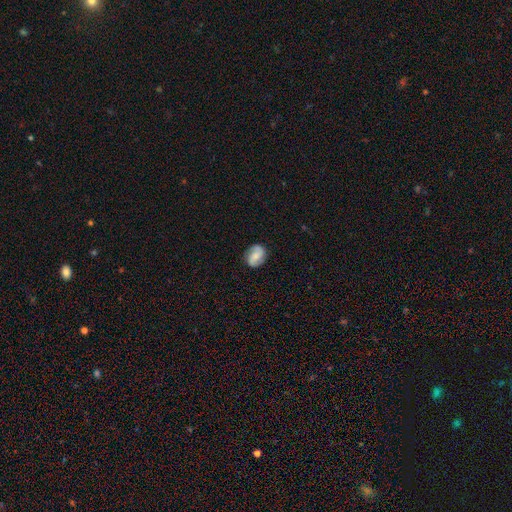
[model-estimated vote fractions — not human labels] A featured or disk galaxy (63%) with no bar (43%), 2 (91%) medium (44%) spiral arms (93%) and a moderate central bulge (42%). Merging: none (84%).